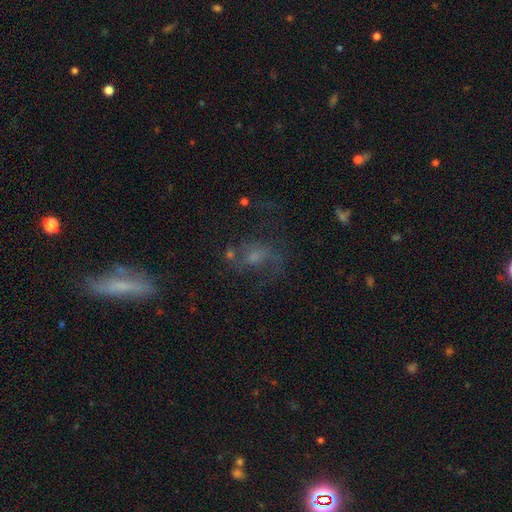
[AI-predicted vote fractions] Smooth or featured?
  - featured or disk: 54% *
  - smooth: 26%
  - star or artifact: 20%
Edge-on disk?
  - no: 96% *
  - yes: 4%
Bar?
  - no: 60% *
  - weak: 33%
  - strong: 8%
Spiral arms?
  - yes: 73% *
  - no: 27%
Bulge size?
  - moderate: 36% *
  - small: 33%
  - none: 22%
  - large: 8%
  - dominant: 2%
Merging?
  - none: 50% *
  - major disturbance: 26%
  - minor disturbance: 18%
  - merger: 6%